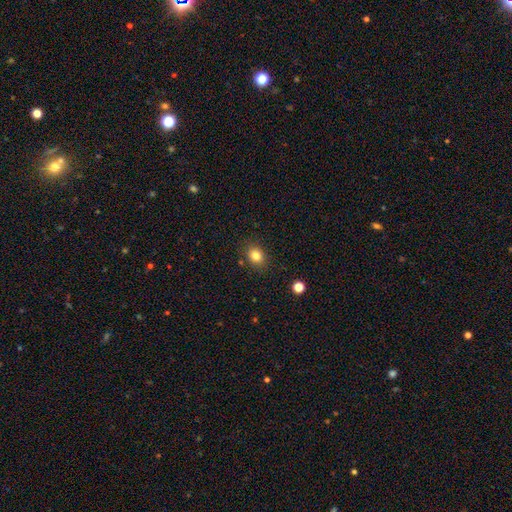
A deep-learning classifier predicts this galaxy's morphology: Smooth or featured?
  - smooth: 82% *
  - star or artifact: 11%
  - featured or disk: 7%
How rounded?
  - round: 50% *
  - in between: 49%
  - cigar-shaped: 1%
Merging?
  - none: 84% *
  - minor disturbance: 10%
  - major disturbance: 3%
  - merger: 2%